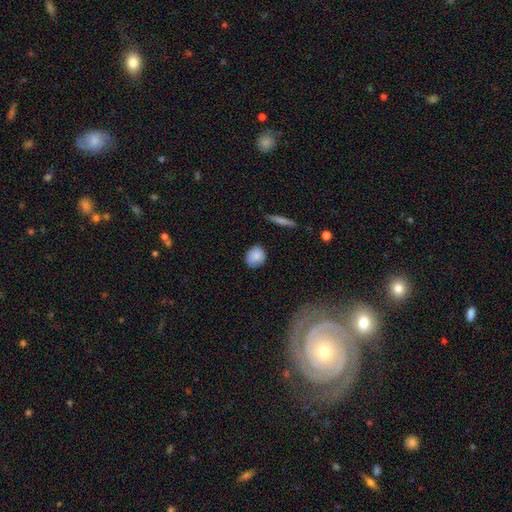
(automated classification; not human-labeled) The model was most divided on "how rounded": round: 65%, in between: 34%, cigar-shaped: 2%. More confident: smooth or featured — smooth (86%); merging — none (79%).